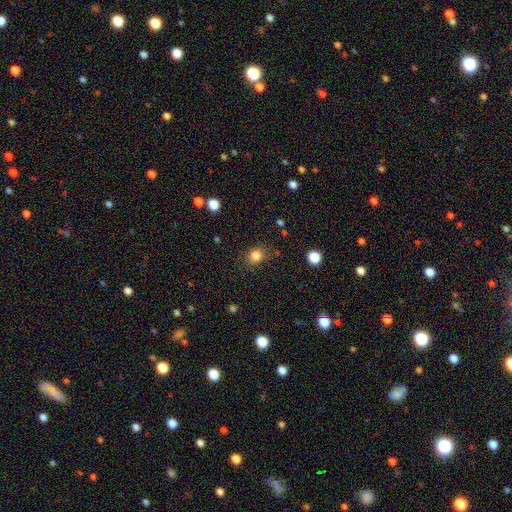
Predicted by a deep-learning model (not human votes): smooth-or-featured: smooth: 83% | star or artifact: 12% | featured or disk: 5%
  how-rounded: round: 69% | in between: 30% | cigar-shaped: 1%
  merging: none: 82% | minor disturbance: 13% | major disturbance: 4% | merger: 2%